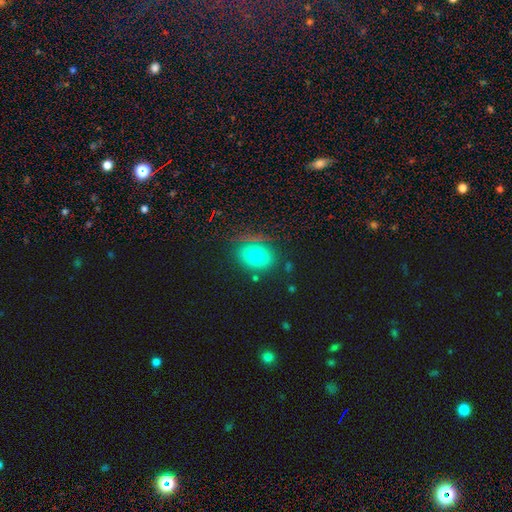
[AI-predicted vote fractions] A smooth galaxy with no disk features (75%) that is in between round and cigar-shaped (60%). Merging: none (77%).